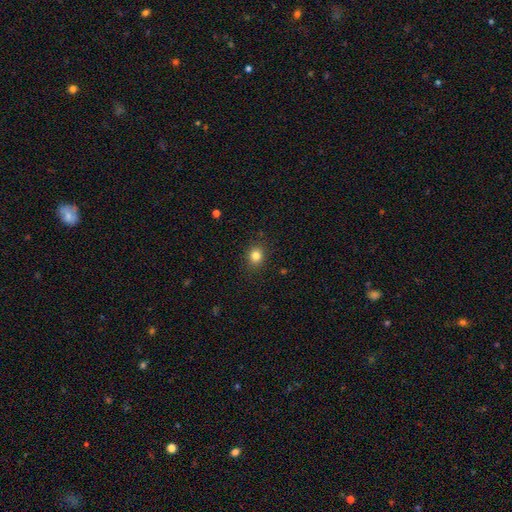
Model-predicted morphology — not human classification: Smooth or featured?
  - smooth: 82% *
  - star or artifact: 12%
  - featured or disk: 6%
How rounded?
  - round: 75% *
  - in between: 24%
  - cigar-shaped: 1%
Merging?
  - none: 89% *
  - minor disturbance: 7%
  - major disturbance: 2%
  - merger: 1%